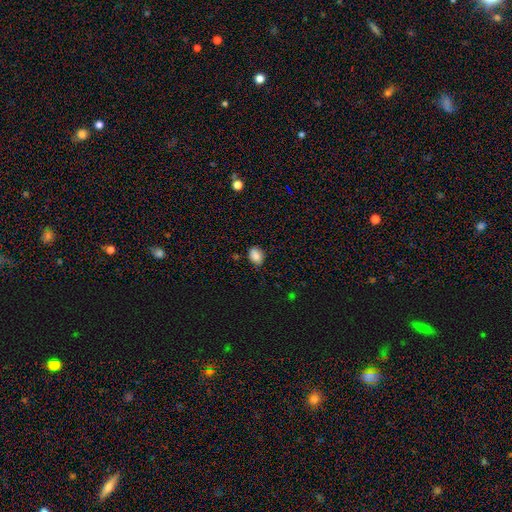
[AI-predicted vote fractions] This appears to be a smooth galaxy with no disk features (83%) that is in between round and cigar-shaped (59%). Merging: none (73%).